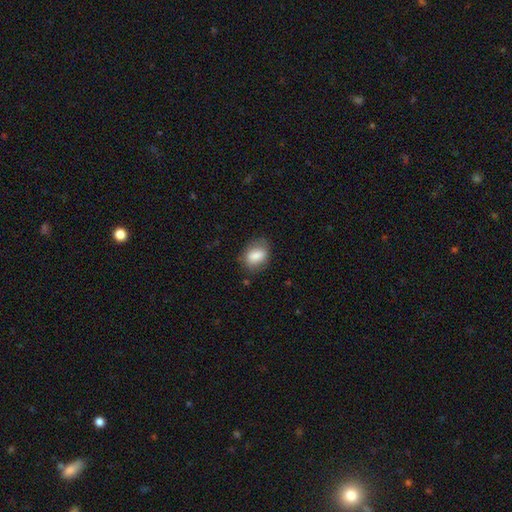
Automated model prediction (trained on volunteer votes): smooth 83%, featured or disk 10%, star or artifact 8%. Down the decision tree: how rounded — in between (77%); merging — none (74%).